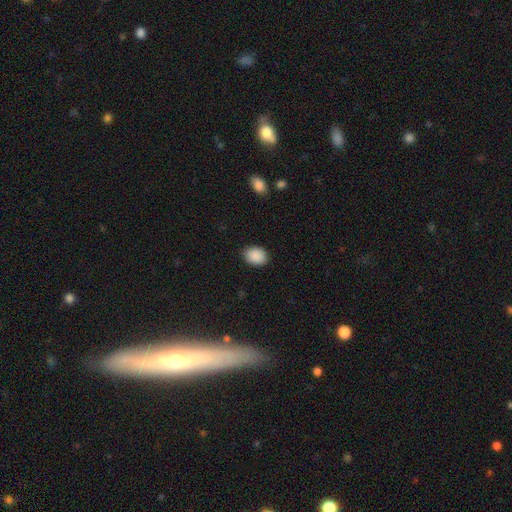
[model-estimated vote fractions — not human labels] Q: Smooth or featured?
A: smooth (90%); runner-up: star or artifact (7%)
Q: How rounded?
A: in between (72%); runner-up: round (27%)
Q: Merging?
A: none (87%); runner-up: minor disturbance (10%)